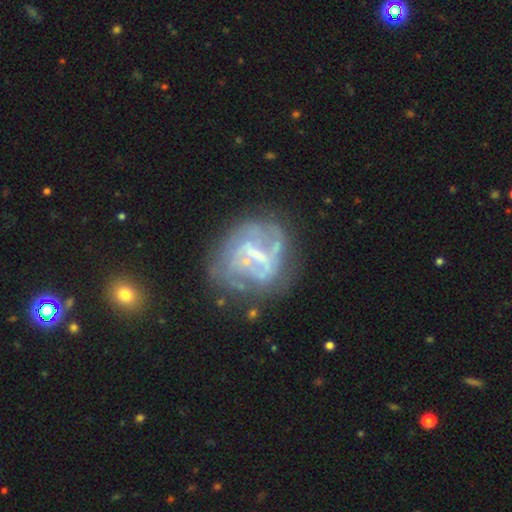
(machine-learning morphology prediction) This appears to be a featured or disk galaxy (73%) with a weak bar (40%), no spiral arms (55%) and no central bulge (35%, tied with small). Merging: none (50%).